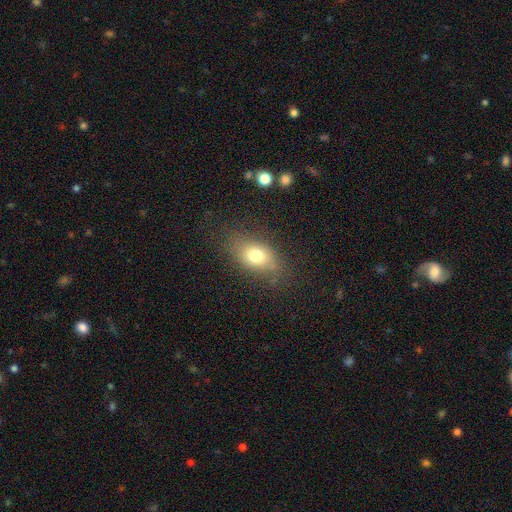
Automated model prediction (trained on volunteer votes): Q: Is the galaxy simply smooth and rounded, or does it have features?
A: smooth — 74%.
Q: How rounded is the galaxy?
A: in between — 81%.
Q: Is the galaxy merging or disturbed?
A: none — 73%.